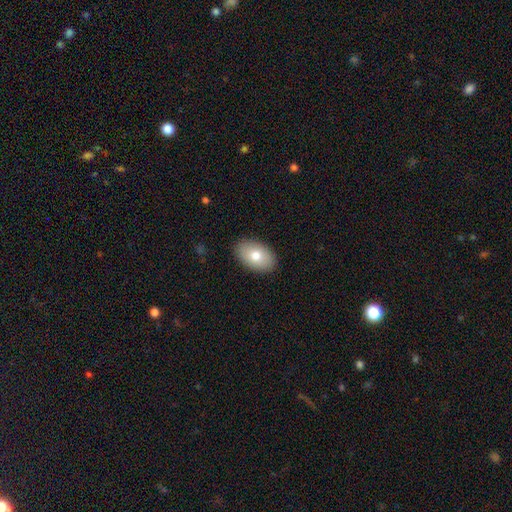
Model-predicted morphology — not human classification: A smooth galaxy with no disk features (78%) that is in between round and cigar-shaped (91%).

Vote fractions:
- Smooth or featured? smooth: 78% / featured or disk: 16% / star or artifact: 7%
- How rounded? in between: 91% / round: 7% / cigar-shaped: 1%
- Merging? none: 89% / minor disturbance: 8% / major disturbance: 2% / merger: 1%